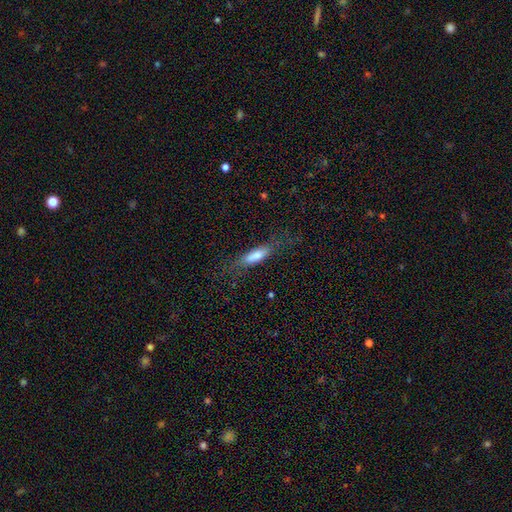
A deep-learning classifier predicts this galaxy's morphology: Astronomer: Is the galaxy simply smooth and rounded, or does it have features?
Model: smooth — 72%.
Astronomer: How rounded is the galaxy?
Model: cigar-shaped — 51% (runner-up: in between, 47%).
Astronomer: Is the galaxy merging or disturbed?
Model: none — 67%.